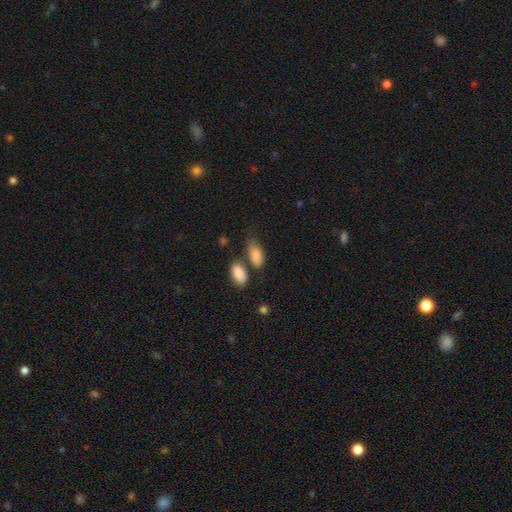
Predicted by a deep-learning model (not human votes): Smooth or featured?
  - smooth: 87% *
  - star or artifact: 7%
  - featured or disk: 7%
How rounded?
  - in between: 91% *
  - round: 5%
  - cigar-shaped: 4%
Merging?
  - none: 46% *
  - minor disturbance: 25%
  - merger: 20%
  - major disturbance: 9%